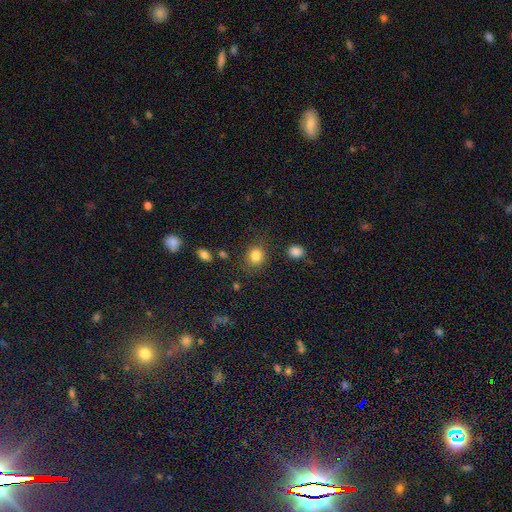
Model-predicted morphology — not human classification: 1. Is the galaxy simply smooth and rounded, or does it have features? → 83% smooth, 11% star or artifact, 6% featured or disk.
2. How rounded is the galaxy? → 70% round, 29% in between, 1% cigar-shaped.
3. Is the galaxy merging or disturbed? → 80% none, 12% minor disturbance, 5% major disturbance, 4% merger.